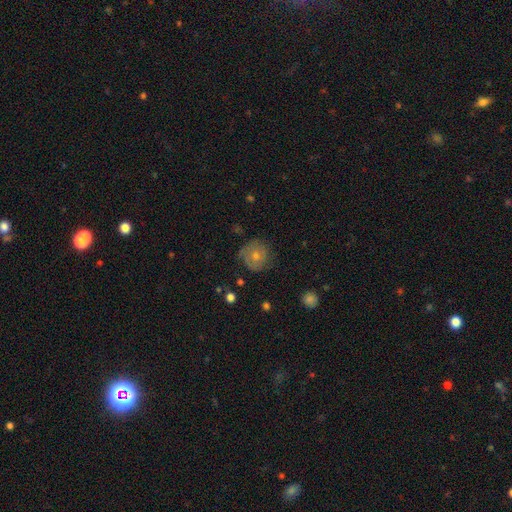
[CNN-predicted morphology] The model was most divided on "smooth or featured": smooth: 62%, featured or disk: 30%, star or artifact: 8%. More confident: how rounded — round (89%); merging — none (68%).